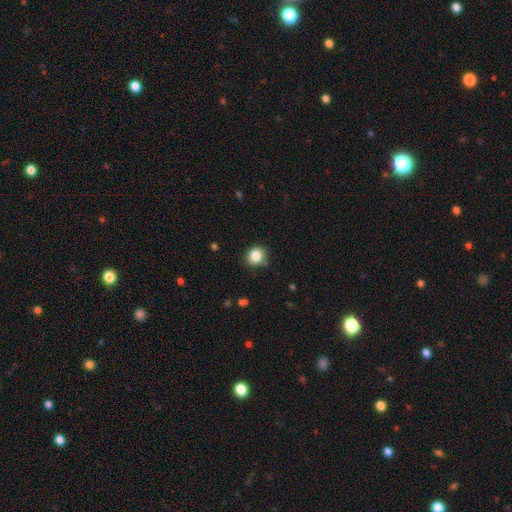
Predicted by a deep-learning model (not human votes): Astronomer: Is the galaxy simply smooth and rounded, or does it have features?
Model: smooth — 84%.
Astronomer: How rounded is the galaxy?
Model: round — 76%.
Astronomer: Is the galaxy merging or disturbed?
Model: none — 81%.